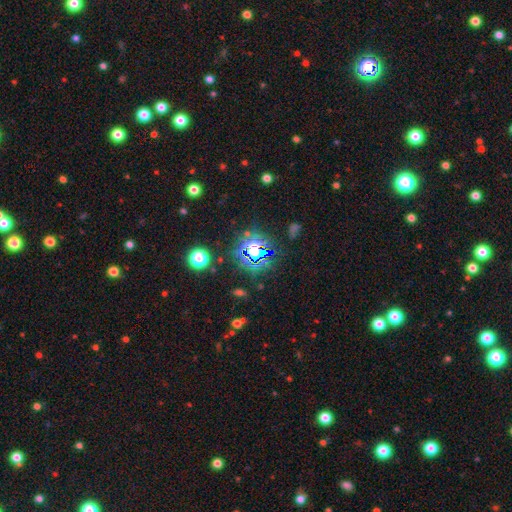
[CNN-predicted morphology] Smooth or featured? star or artifact (81%)